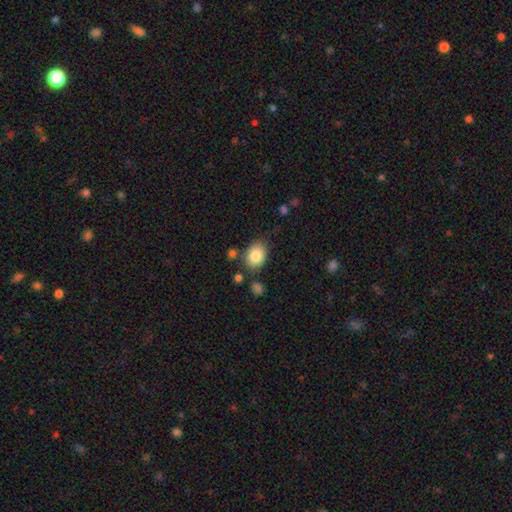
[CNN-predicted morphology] Smooth or featured? smooth (84%)
How rounded? in between (71%)
Merging? none (77%)